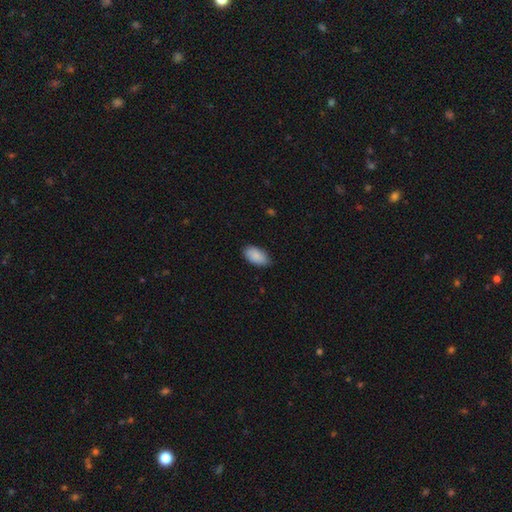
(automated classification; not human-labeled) Q: Smooth or featured?
A: smooth (89%); runner-up: star or artifact (6%)
Q: How rounded?
A: in between (95%); runner-up: round (3%)
Q: Merging?
A: none (81%); runner-up: minor disturbance (15%)